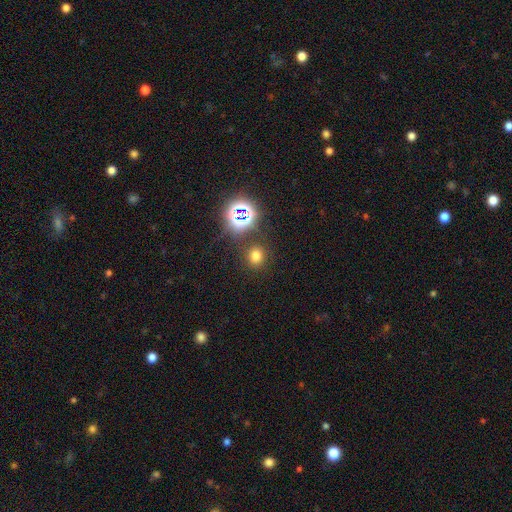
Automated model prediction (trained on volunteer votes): Smooth or featured?
  - smooth: 67% *
  - star or artifact: 27%
  - featured or disk: 7%
How rounded?
  - round: 76% *
  - in between: 23%
  - cigar-shaped: 1%
Merging?
  - none: 85% *
  - minor disturbance: 8%
  - merger: 4%
  - major disturbance: 3%